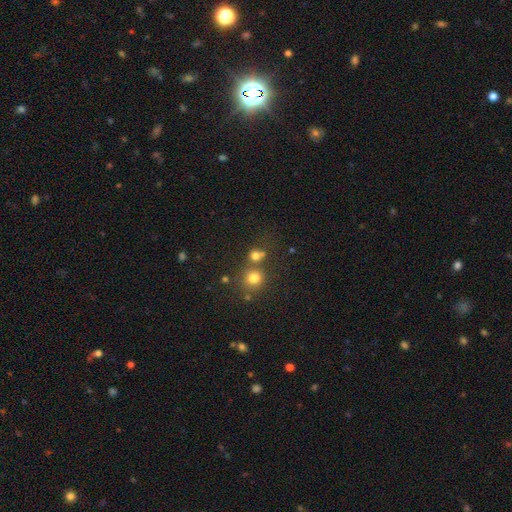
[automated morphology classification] smooth-or-featured: smooth: 72% | star or artifact: 18% | featured or disk: 9%
  how-rounded: round: 82% | in between: 17% | cigar-shaped: 1%
  merging: none: 53% | merger: 34% | minor disturbance: 9% | major disturbance: 4%